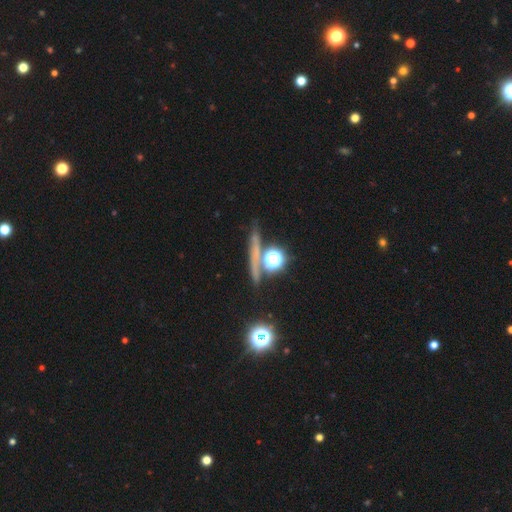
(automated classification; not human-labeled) Smooth or featured? Predicted: star or artifact (p=0.40).